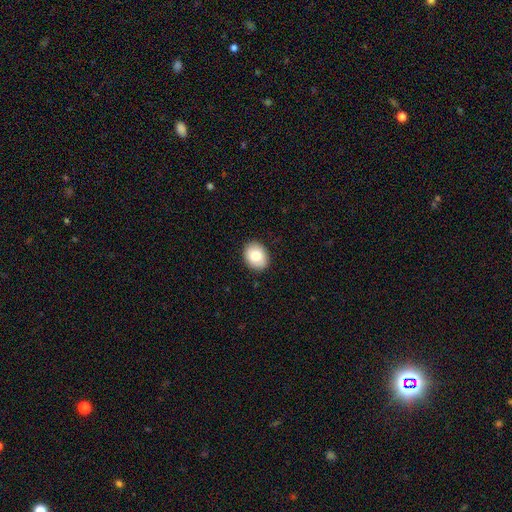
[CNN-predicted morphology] Smooth or featured?
  - smooth: 83% *
  - featured or disk: 10%
  - star or artifact: 7%
How rounded?
  - in between: 61% *
  - round: 38%
  - cigar-shaped: 1%
Merging?
  - none: 89% *
  - minor disturbance: 8%
  - major disturbance: 2%
  - merger: 1%